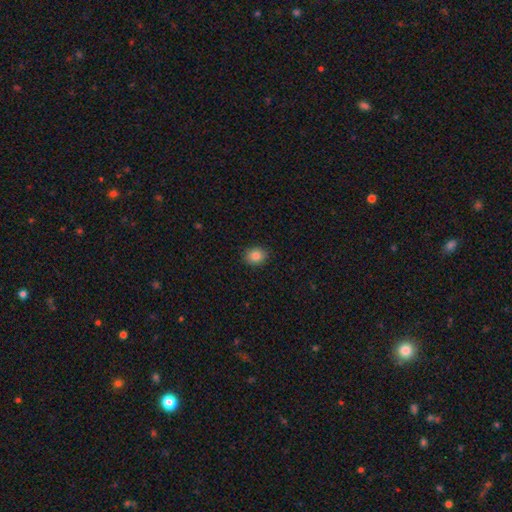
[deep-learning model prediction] Smooth or featured? Predicted: smooth (p=0.85). How rounded? Predicted: round (p=0.61). Merging? Predicted: none (p=0.90).